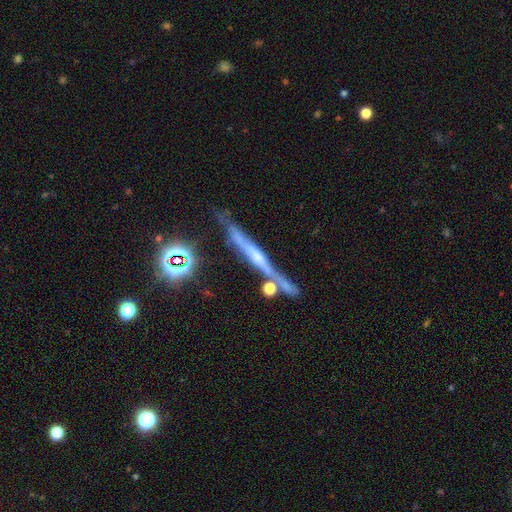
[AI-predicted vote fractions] A featured or disk galaxy (67%) viewed edge-on (94%) with a rounded central bulge (45%).

Vote fractions:
- Smooth or featured? featured or disk: 67% / smooth: 18% / star or artifact: 16%
- Edge-on disk? yes: 94% / no: 6%
- Edge-on bulge? rounded: 45% / none: 38% / boxy: 17%
- Merging? none: 68% / minor disturbance: 16% / merger: 11% / major disturbance: 5%